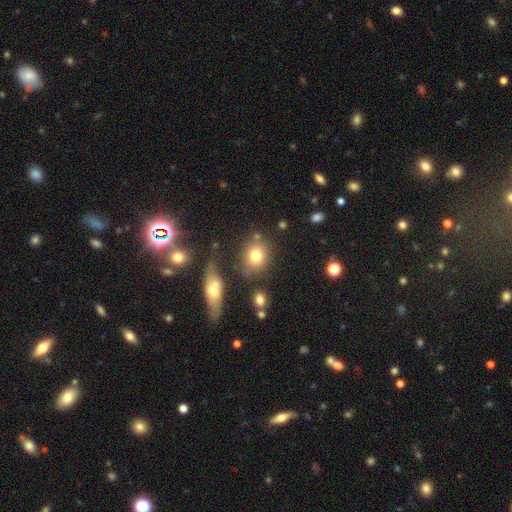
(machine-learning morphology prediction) smooth_or_featured: smooth (p=0.76) [alt: star or artifact p=0.12]
how_rounded: round (p=0.64) [alt: in between p=0.34]
merging: none (p=0.68) [alt: minor disturbance p=0.14]